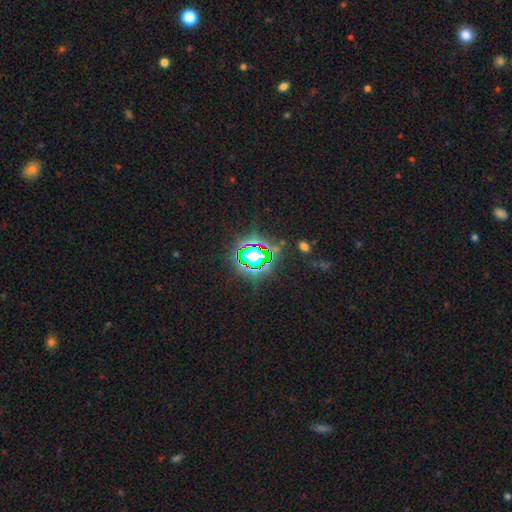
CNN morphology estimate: Smooth or featured? star or artifact (73%)